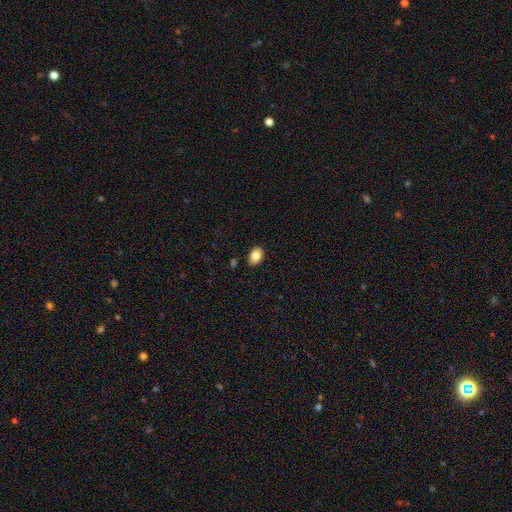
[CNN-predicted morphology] Smooth or featured: smooth — 84% (star or artifact — 8%)
How rounded: in between — 83% (round — 16%)
Merging: none — 88% (minor disturbance — 9%)